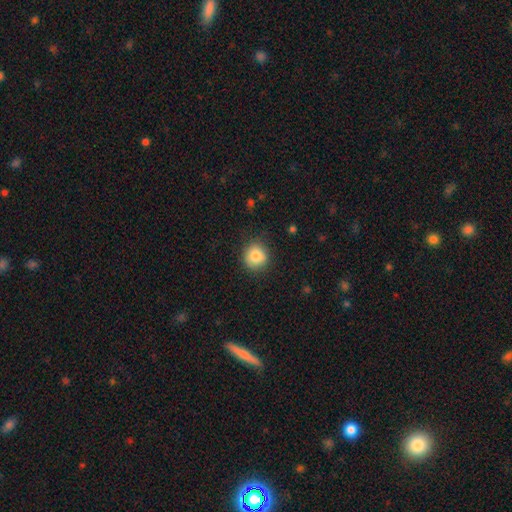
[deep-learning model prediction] smooth_or_featured: smooth (p=0.83) [alt: star or artifact p=0.09]
how_rounded: round (p=0.87) [alt: in between p=0.12]
merging: none (p=0.81) [alt: minor disturbance p=0.14]